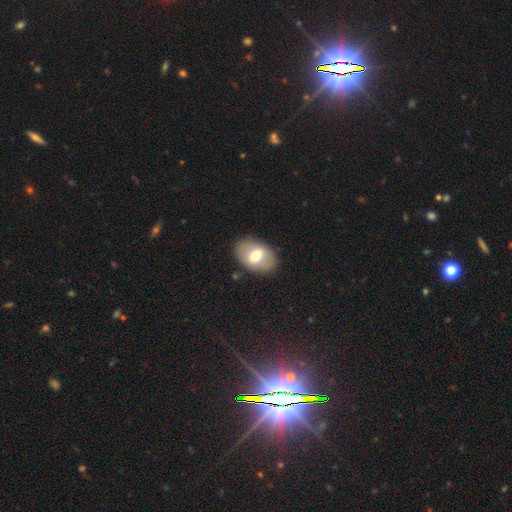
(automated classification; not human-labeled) Overall: smooth (61%; featured or disk 32%). How rounded: in between (85%). Merging: none (85%).